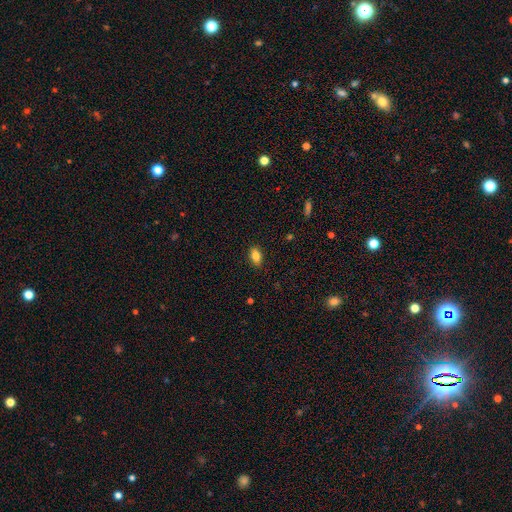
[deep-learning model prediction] Morphology: type=smooth (85%); roundness=in between (88%); merging=none (88%).